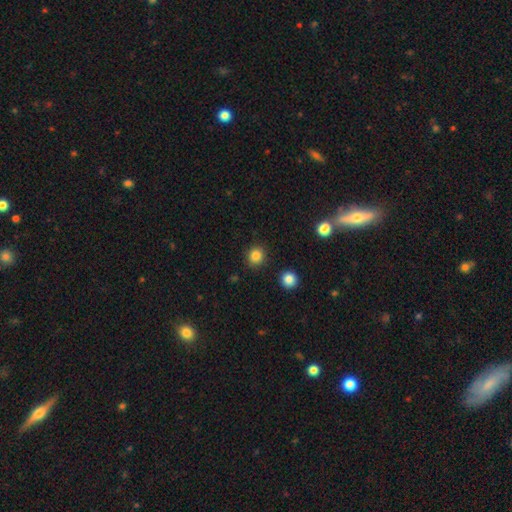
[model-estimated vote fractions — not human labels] Morphology: type=smooth (84%); roundness=round (84%); merging=none (89%).